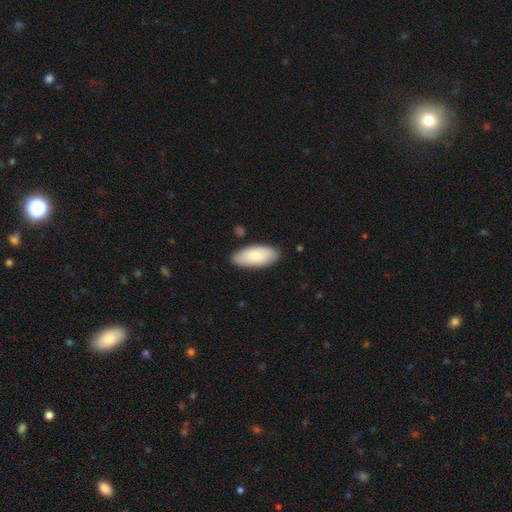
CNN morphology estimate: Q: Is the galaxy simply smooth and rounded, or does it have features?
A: smooth — 78%.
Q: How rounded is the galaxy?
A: in between — 90%.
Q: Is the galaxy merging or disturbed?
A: none — 84%.